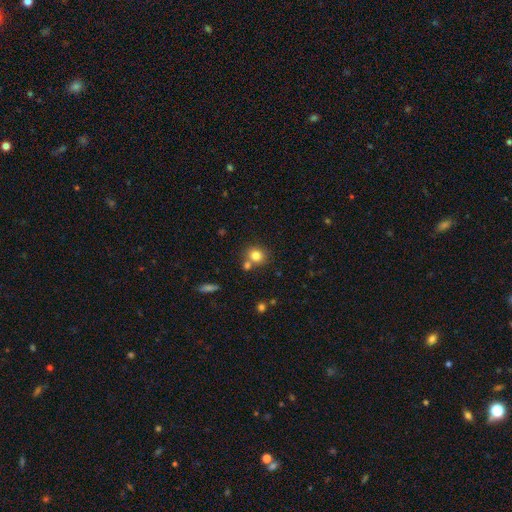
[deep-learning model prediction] smooth 80%, star or artifact 11%, featured or disk 8%. Down the decision tree: how rounded — round (75%); merging — none (62%).